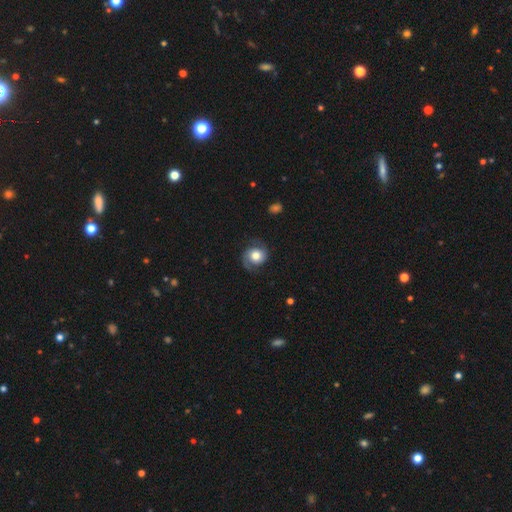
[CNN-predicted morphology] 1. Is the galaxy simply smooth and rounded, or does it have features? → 57% featured or disk, 35% smooth, 8% star or artifact.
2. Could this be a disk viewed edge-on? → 97% no, 3% yes.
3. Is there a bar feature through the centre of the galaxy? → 73% no, 22% weak, 5% strong.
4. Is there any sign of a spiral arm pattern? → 89% yes, 11% no.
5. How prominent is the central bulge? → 48% moderate, 38% large, 6% small, 6% dominant, 2% none.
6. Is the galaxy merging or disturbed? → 69% none, 19% minor disturbance, 11% major disturbance, 1% merger.